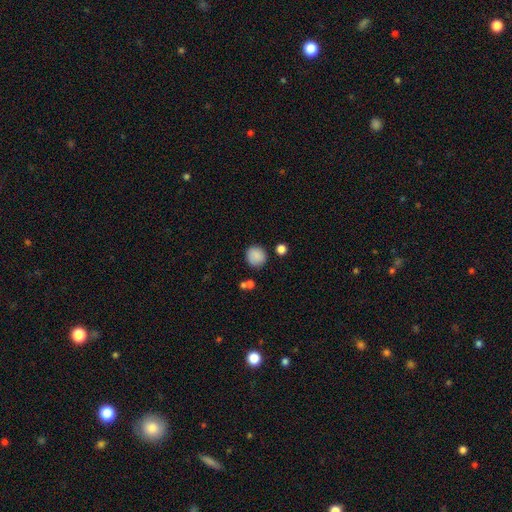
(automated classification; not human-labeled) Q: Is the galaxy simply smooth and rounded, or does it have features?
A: smooth — 86%.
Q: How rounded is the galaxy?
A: round — 87%.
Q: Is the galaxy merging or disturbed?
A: none — 80%.